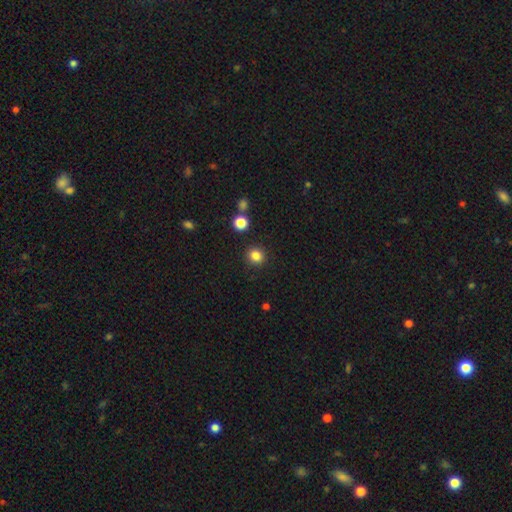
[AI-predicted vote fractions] A smooth galaxy with no disk features (84%) that is round (88%).

Vote fractions:
- Smooth or featured? smooth: 84% / star or artifact: 12% / featured or disk: 4%
- How rounded? round: 88% / in between: 11% / cigar-shaped: 1%
- Merging? none: 90% / minor disturbance: 6% / major disturbance: 2% / merger: 2%